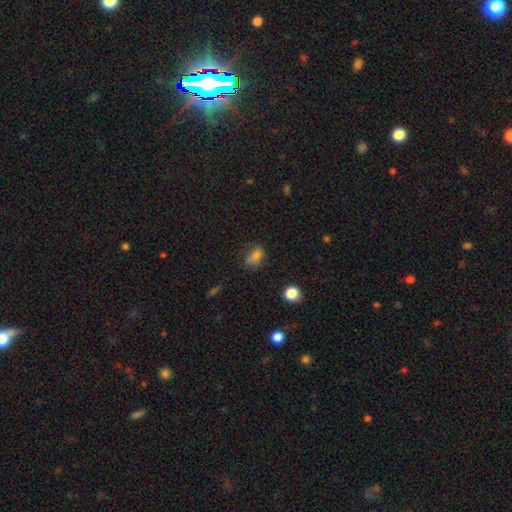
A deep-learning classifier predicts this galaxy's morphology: smooth_or_featured: smooth (p=0.69) [alt: star or artifact p=0.18]
how_rounded: in between (p=0.72) [alt: round p=0.23]
merging: none (p=0.49) [alt: minor disturbance p=0.29]